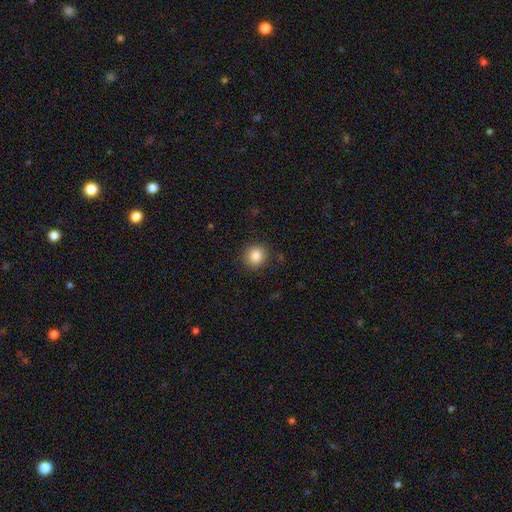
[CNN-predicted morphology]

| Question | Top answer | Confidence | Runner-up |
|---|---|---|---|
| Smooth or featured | smooth | 86% | star or artifact (10%) |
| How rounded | round | 88% | in between (11%) |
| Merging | none | 87% | minor disturbance (9%) |